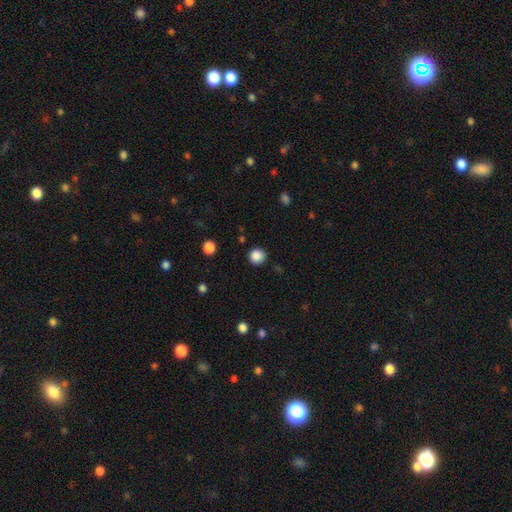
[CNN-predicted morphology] A smooth galaxy with no disk features (87%) that is round (93%).

Vote fractions:
- Smooth or featured? smooth: 87% / star or artifact: 11% / featured or disk: 3%
- How rounded? round: 93% / in between: 6% / cigar-shaped: 1%
- Merging? none: 90% / minor disturbance: 6% / major disturbance: 2% / merger: 1%